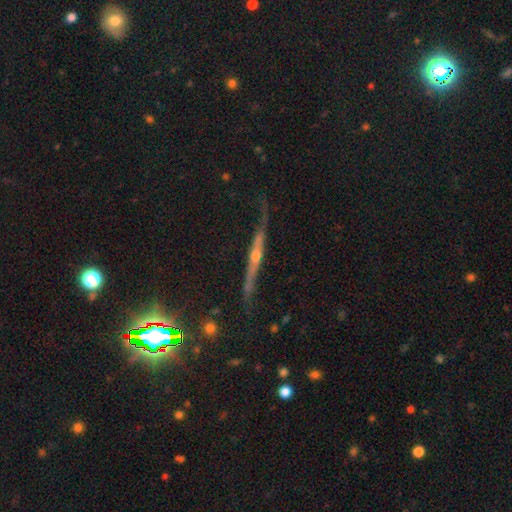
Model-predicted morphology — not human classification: A featured or disk galaxy (79%) viewed edge-on (93%) with a rounded central bulge (82%). Merging: none (68%).